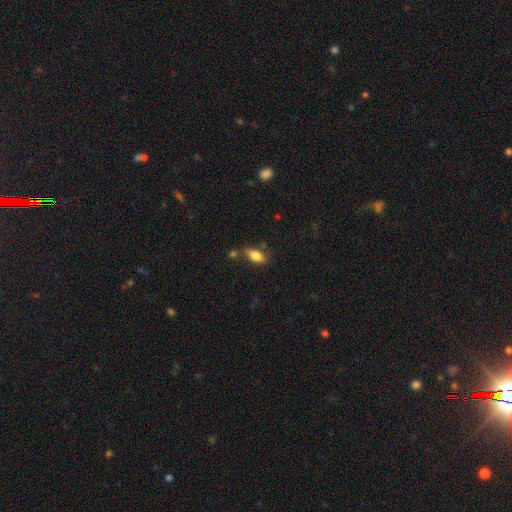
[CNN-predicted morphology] smooth-or-featured: smooth: 78% | featured or disk: 14% | star or artifact: 8%
  how-rounded: in between: 85% | cigar-shaped: 10% | round: 5%
  merging: none: 69% | minor disturbance: 18% | merger: 9% | major disturbance: 5%